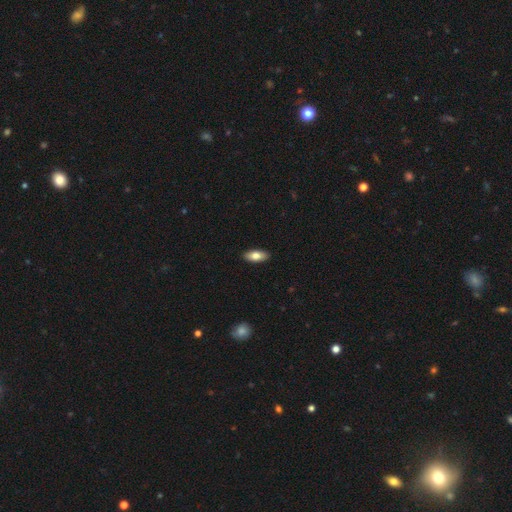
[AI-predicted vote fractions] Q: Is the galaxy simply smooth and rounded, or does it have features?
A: smooth — 79%.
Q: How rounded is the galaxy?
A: in between — 86%.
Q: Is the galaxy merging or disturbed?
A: none — 90%.